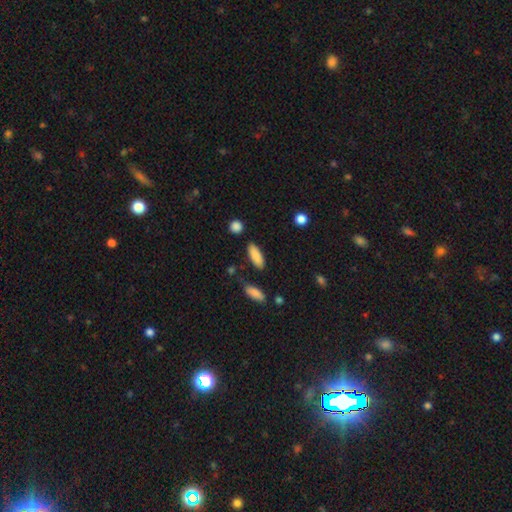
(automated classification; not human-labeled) Smooth or featured?
  - smooth: 88% *
  - star or artifact: 6%
  - featured or disk: 6%
How rounded?
  - in between: 67% *
  - cigar-shaped: 31%
  - round: 2%
Merging?
  - none: 84% *
  - minor disturbance: 11%
  - merger: 3%
  - major disturbance: 3%